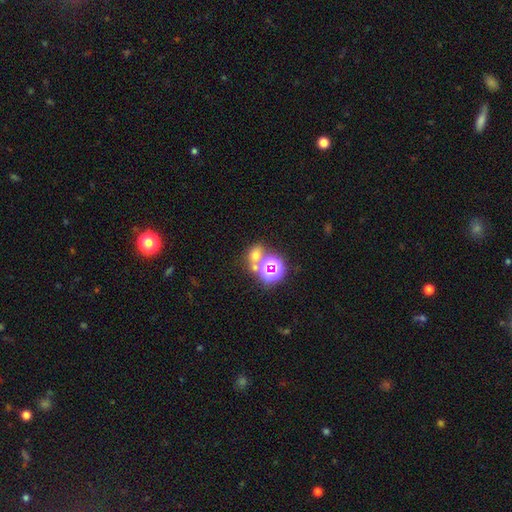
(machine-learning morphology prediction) smooth_or_featured: smooth (p=0.54) [alt: star or artifact p=0.35]
how_rounded: round (p=0.59) [alt: in between p=0.39]
merging: none (p=0.56) [alt: merger p=0.30]